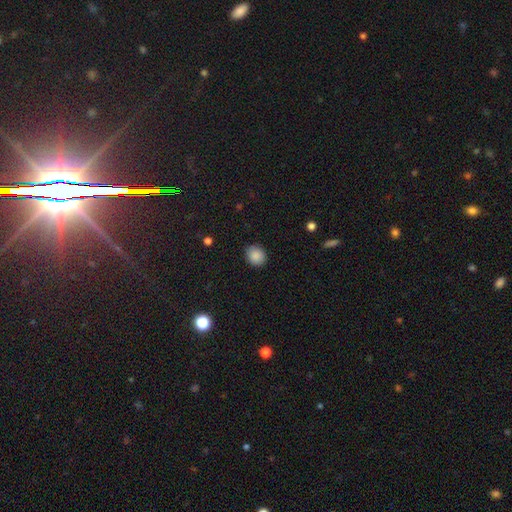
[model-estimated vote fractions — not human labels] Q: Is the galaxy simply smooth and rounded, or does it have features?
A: smooth — 88%.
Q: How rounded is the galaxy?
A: round — 73%.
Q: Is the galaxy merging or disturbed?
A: none — 88%.